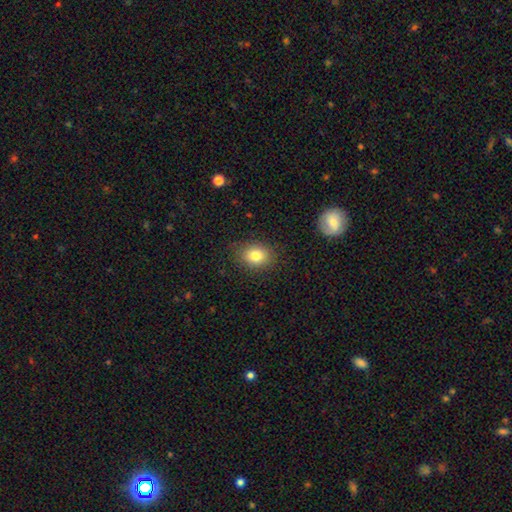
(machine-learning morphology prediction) Smooth or featured: smooth — 81% (star or artifact — 10%)
How rounded: in between — 50% (round — 49%)
Merging: none — 86% (minor disturbance — 10%)